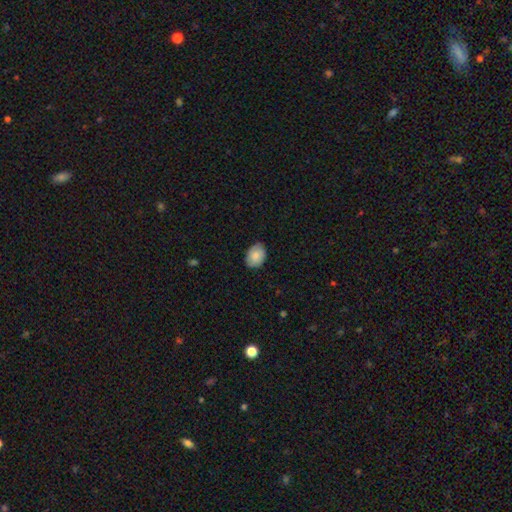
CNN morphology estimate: The model was most divided on "how rounded": in between: 75%, round: 24%, cigar-shaped: 1%. More confident: smooth or featured — smooth (83%); merging — none (82%).